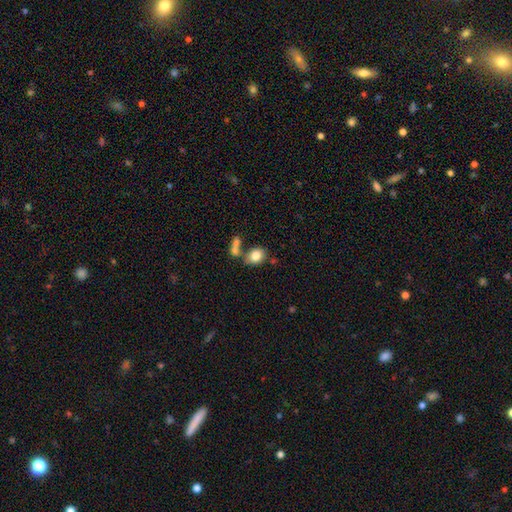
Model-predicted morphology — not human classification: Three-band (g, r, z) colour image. It shows a smooth galaxy with no disk features (82%) that is in between round and cigar-shaped (65%). Merging: none (55%).